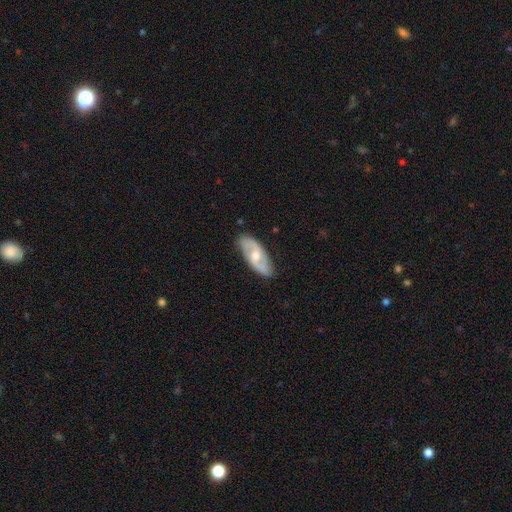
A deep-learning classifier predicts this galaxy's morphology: featured or disk 69%, smooth 27%, star or artifact 5%. Down the decision tree: edge-on disk — no (88%); bar — no (50%); spiral arms — yes (84%); spiral arm count — 2 (84%); spiral winding — medium (46%); bulge size — moderate (69%); merging — none (82%).